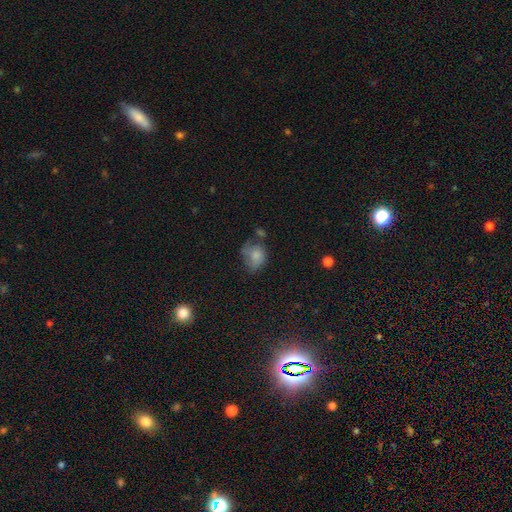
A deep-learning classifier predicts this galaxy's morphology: A smooth galaxy with no disk features (75%) that is round (50%). Merging: none (35%).